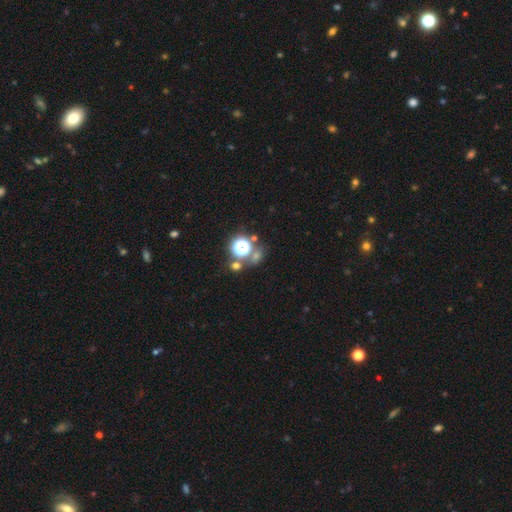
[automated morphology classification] Overall: star or artifact (56%; smooth 34%).